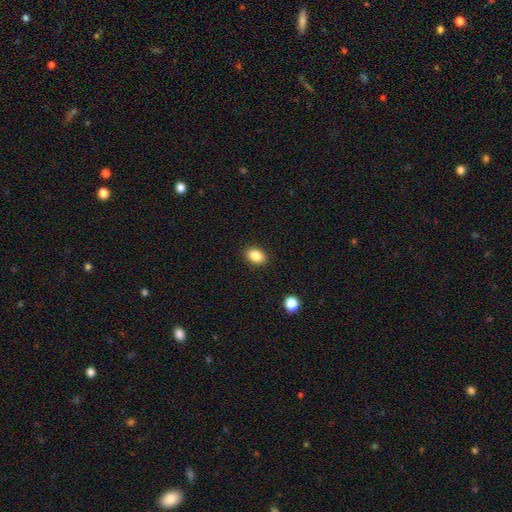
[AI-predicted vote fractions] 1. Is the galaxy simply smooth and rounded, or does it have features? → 86% smooth, 9% star or artifact, 5% featured or disk.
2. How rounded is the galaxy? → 78% in between, 21% round, 1% cigar-shaped.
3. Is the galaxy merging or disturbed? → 89% none, 8% minor disturbance, 2% major disturbance, 1% merger.